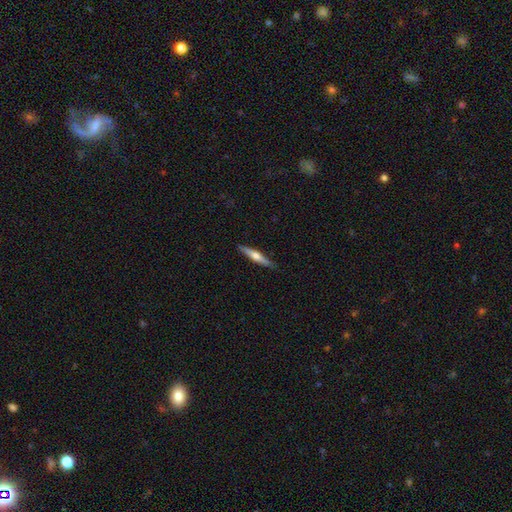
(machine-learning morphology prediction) Q: Smooth or featured?
A: featured or disk (58%); runner-up: smooth (37%)
Q: Edge-on disk?
A: yes (96%); runner-up: no (4%)
Q: Edge-on bulge?
A: rounded (88%); runner-up: none (8%)
Q: Merging?
A: none (89%); runner-up: minor disturbance (8%)